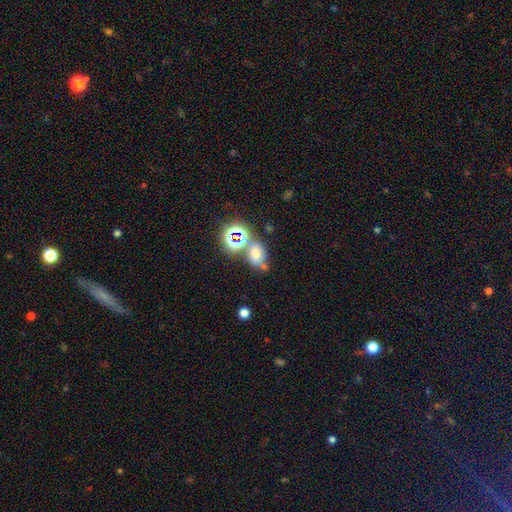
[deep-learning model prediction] Smooth or featured? Predicted: smooth (p=0.60). How rounded? Predicted: in between (p=0.63). Merging? Predicted: none (p=0.53).